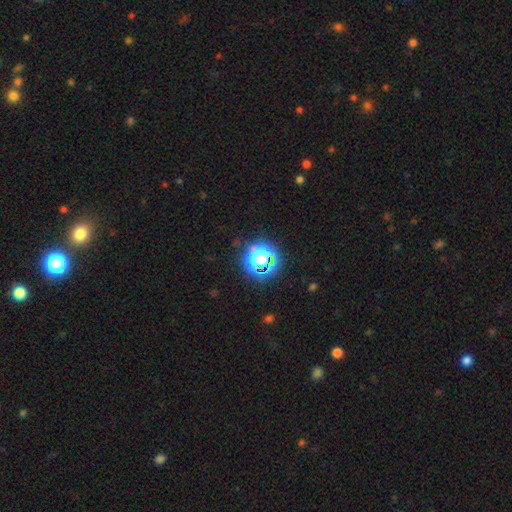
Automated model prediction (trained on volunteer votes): Morphology: type=star or artifact (70%).